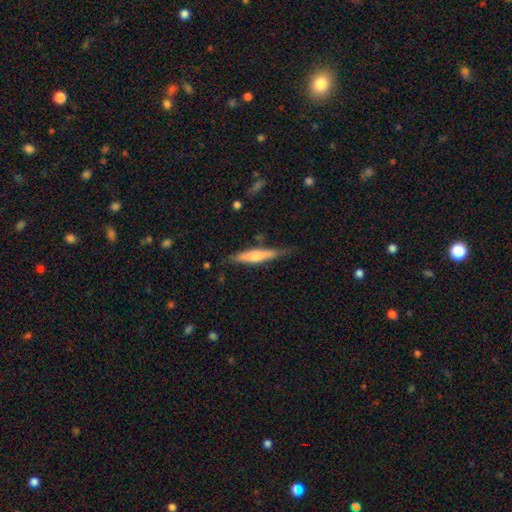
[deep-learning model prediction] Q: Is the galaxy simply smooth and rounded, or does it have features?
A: smooth — 55%.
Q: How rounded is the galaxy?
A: cigar-shaped — 85%.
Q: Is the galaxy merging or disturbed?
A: none — 66%.